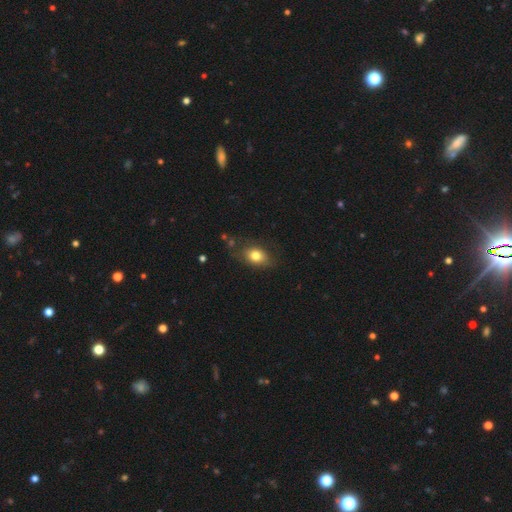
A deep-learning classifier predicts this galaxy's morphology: type=smooth (78%); roundness=in between (74%); merging=none (71%).